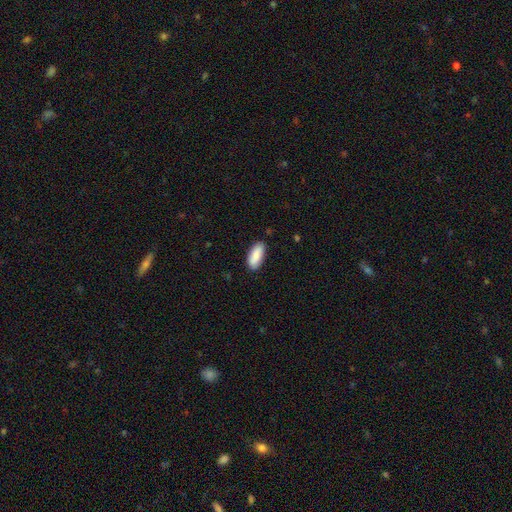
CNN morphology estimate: This is clearly a smooth galaxy (89%). How rounded: clearly in between (84%). Merging: clearly none (85%).